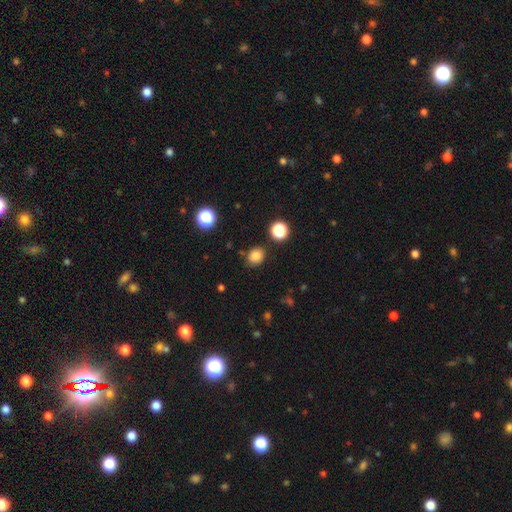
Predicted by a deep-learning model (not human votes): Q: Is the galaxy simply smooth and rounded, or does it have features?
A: smooth — 82%.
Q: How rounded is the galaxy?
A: round — 69%.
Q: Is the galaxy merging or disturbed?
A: none — 82%.